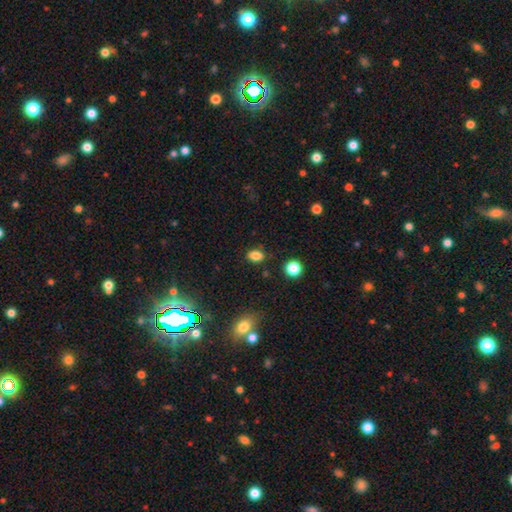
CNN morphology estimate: This appears to be a smooth galaxy with no disk features (84%) that is in between round and cigar-shaped (78%). Merging: none (83%).